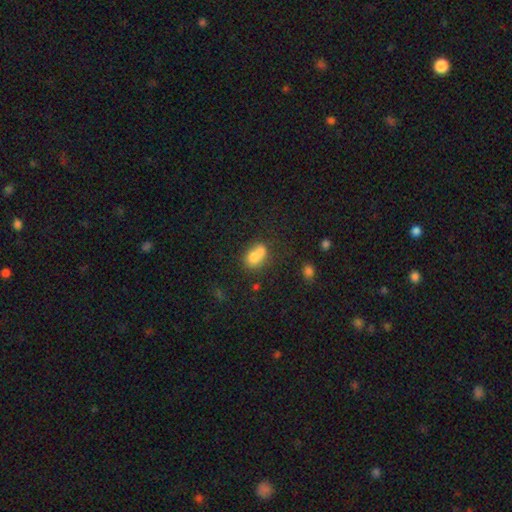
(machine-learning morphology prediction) Smooth or featured: smooth — 72% (featured or disk — 18%)
How rounded: in between — 54% (round — 45%)
Merging: merger — 58% (none — 26%)